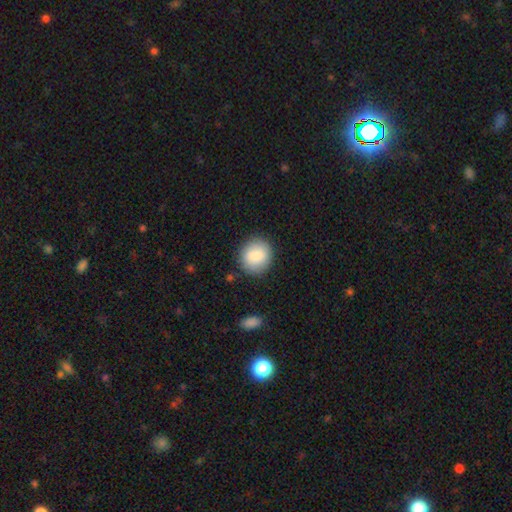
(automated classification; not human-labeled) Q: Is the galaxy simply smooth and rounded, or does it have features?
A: smooth — 84%.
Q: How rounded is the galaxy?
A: round — 85%.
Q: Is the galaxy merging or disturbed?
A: none — 86%.